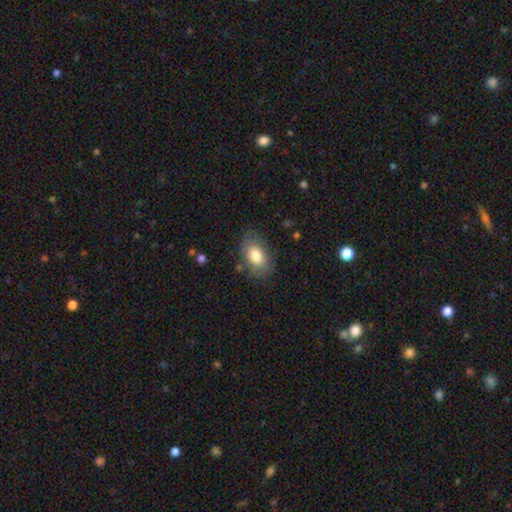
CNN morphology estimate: Smooth or featured?
  - smooth: 81% *
  - featured or disk: 12%
  - star or artifact: 7%
How rounded?
  - in between: 90% *
  - round: 9%
  - cigar-shaped: 2%
Merging?
  - none: 79% *
  - minor disturbance: 15%
  - major disturbance: 5%
  - merger: 2%